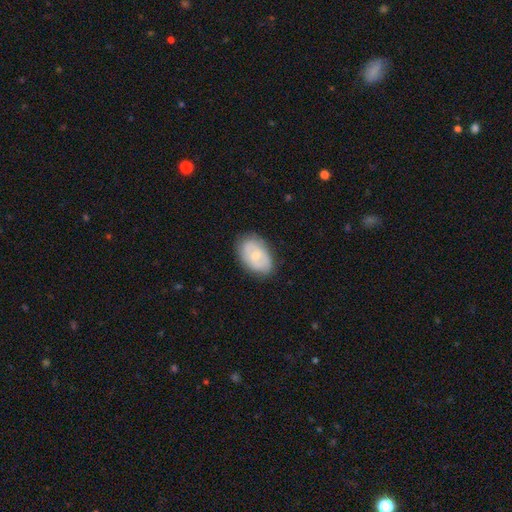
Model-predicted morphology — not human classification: A smooth galaxy with no disk features (52%) that is in between round and cigar-shaped (85%). Merging: none (77%).